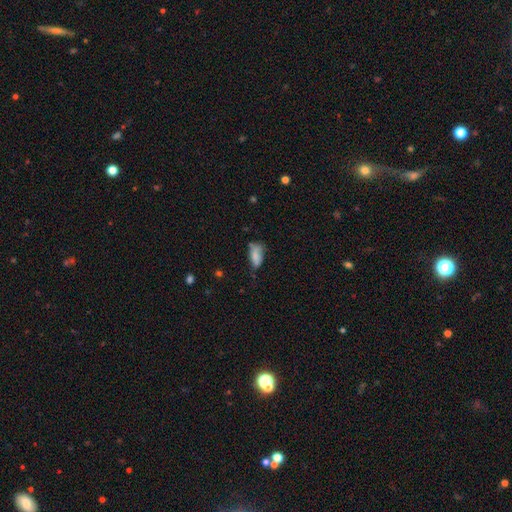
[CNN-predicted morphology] Q: Smooth or featured?
A: smooth (77%); runner-up: featured or disk (14%)
Q: How rounded?
A: in between (88%); runner-up: cigar-shaped (8%)
Q: Merging?
A: none (41%); runner-up: minor disturbance (36%)